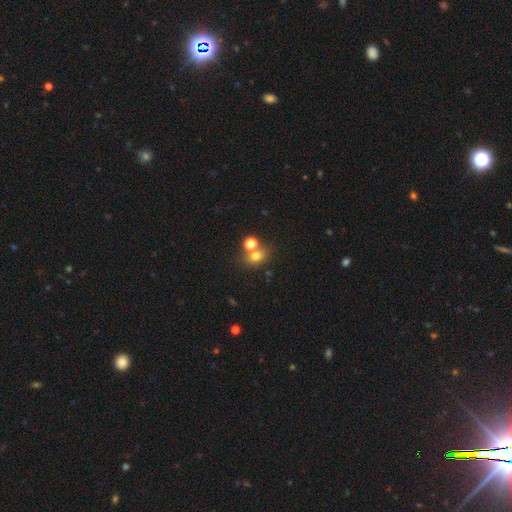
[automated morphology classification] Q: Smooth or featured?
A: smooth (73%); runner-up: star or artifact (16%)
Q: How rounded?
A: in between (49%); tied with: round (49%)
Q: Merging?
A: none (55%); runner-up: merger (31%)